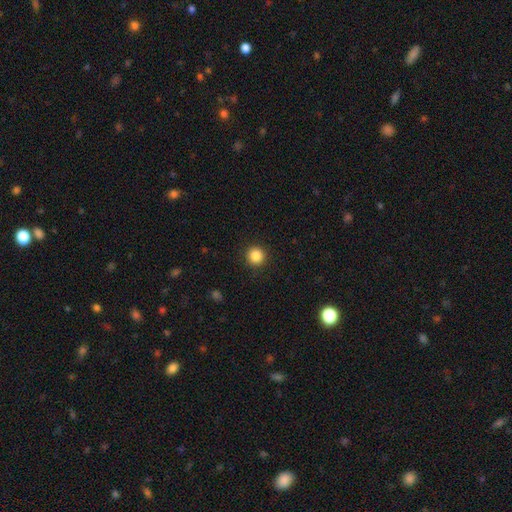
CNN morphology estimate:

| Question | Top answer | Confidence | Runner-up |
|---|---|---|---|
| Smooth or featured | smooth | 86% | star or artifact (10%) |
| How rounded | round | 95% | in between (4%) |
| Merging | none | 92% | minor disturbance (5%) |